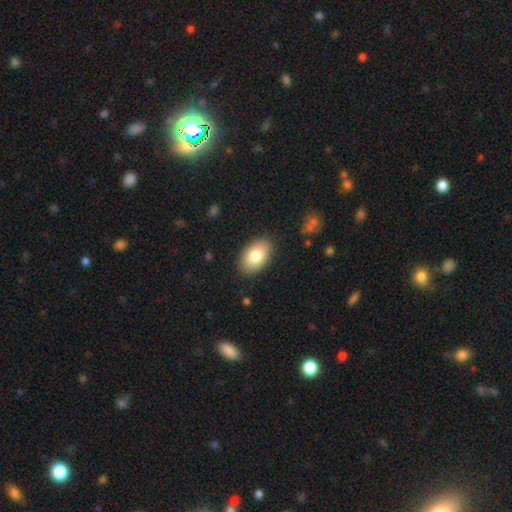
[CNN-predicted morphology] Q: Smooth or featured?
A: smooth (80%); runner-up: featured or disk (13%)
Q: How rounded?
A: in between (93%); runner-up: round (6%)
Q: Merging?
A: none (87%); runner-up: minor disturbance (10%)